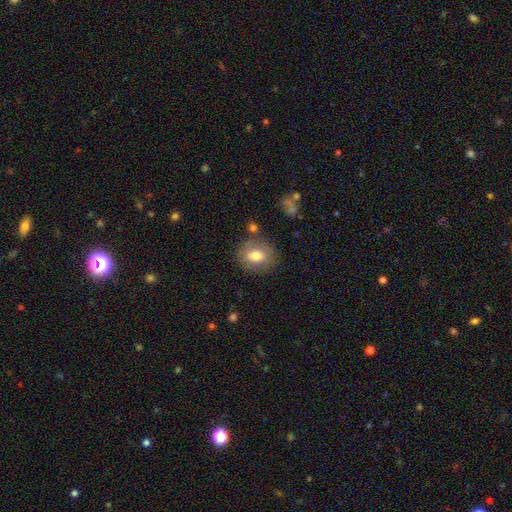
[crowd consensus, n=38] Q: Smooth or featured?
A: smooth (84%); runner-up: star or artifact (11%)
Q: How rounded?
A: round (50%); tied with: in between (50%)
Q: Merging?
A: none (74%); runner-up: minor disturbance (12%)